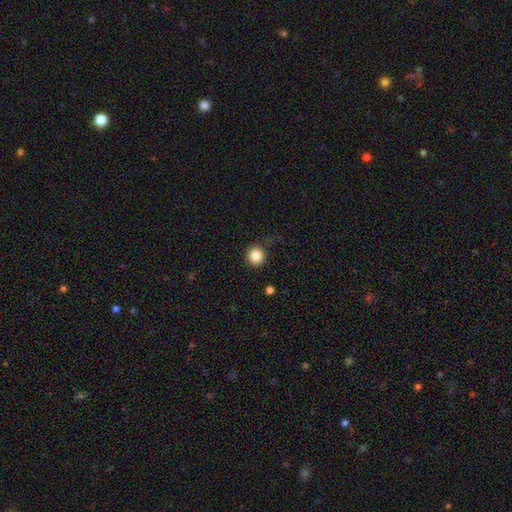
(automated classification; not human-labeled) This appears to be a smooth galaxy with no disk features (85%) that is round (93%). Merging: none (85%).